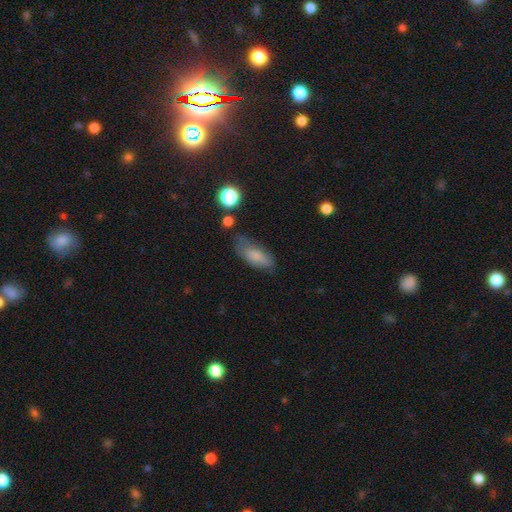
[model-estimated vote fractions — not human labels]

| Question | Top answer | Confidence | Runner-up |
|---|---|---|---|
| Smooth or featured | smooth | 78% | featured or disk (14%) |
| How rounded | in between | 79% | cigar-shaped (18%) |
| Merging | none | 59% | minor disturbance (28%) |